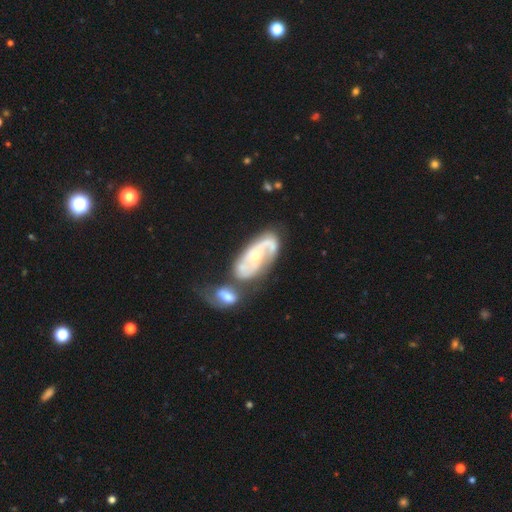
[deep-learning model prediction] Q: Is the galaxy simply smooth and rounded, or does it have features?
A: featured or disk — 84%.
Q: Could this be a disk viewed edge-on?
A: no — 95%.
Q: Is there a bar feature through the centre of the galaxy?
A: no — 63%.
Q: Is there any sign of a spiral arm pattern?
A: yes — 92%.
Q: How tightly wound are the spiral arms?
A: medium — 43%.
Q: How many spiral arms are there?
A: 2 — 72%.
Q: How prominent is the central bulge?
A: small — 59%.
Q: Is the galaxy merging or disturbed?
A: merger — 48%.